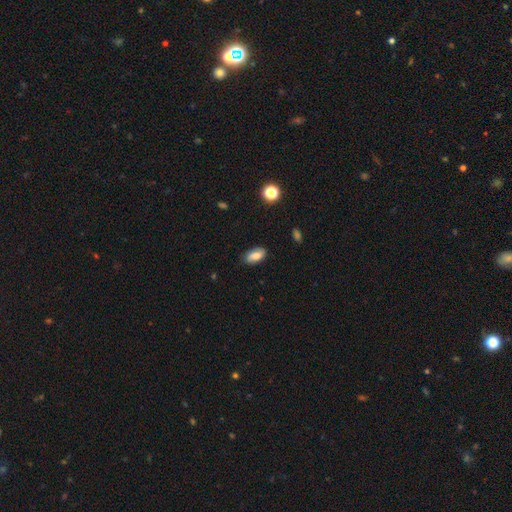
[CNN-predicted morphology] Smooth or featured?
  - smooth: 79% *
  - featured or disk: 13%
  - star or artifact: 8%
How rounded?
  - in between: 91% *
  - cigar-shaped: 5%
  - round: 4%
Merging?
  - none: 81% *
  - minor disturbance: 15%
  - major disturbance: 3%
  - merger: 1%